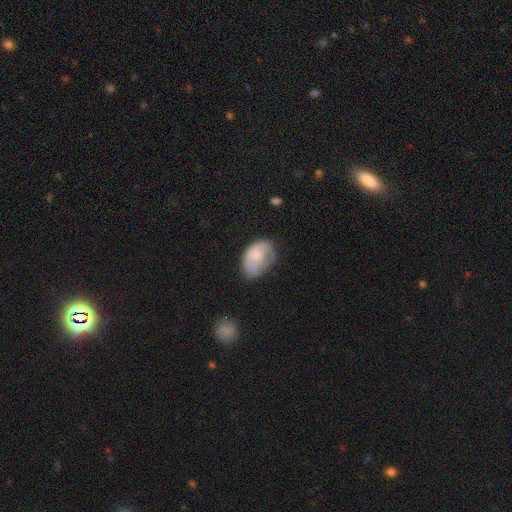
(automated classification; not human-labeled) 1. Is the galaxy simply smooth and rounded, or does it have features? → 59% smooth, 34% featured or disk, 7% star or artifact.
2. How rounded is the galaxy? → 83% in between, 16% round, 1% cigar-shaped.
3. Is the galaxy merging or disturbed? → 38% none, 34% minor disturbance, 26% major disturbance, 3% merger.